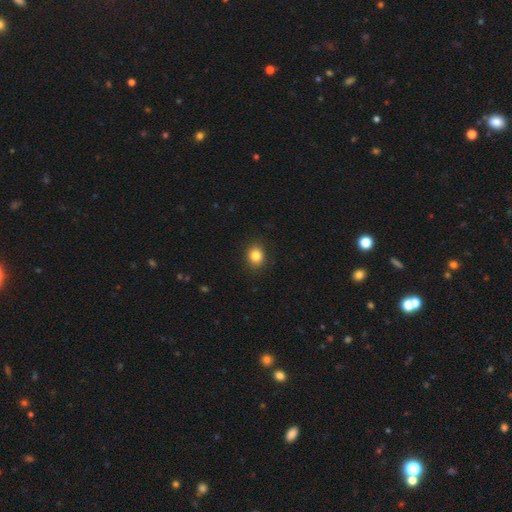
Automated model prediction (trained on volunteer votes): Smooth or featured? Predicted: smooth (p=0.83). How rounded? Predicted: round (p=0.66). Merging? Predicted: none (p=0.90).